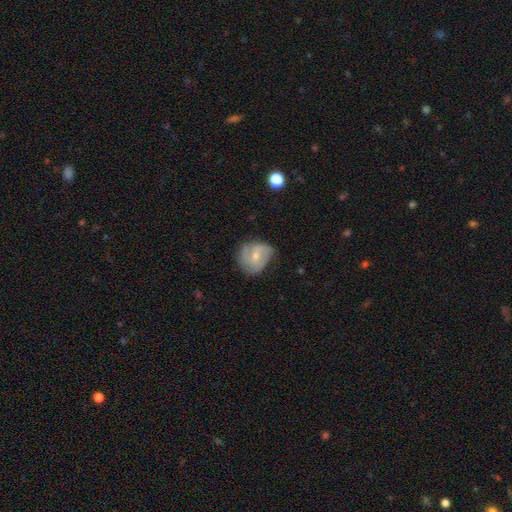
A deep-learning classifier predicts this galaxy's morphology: Q: Smooth or featured?
A: featured or disk (52%); runner-up: smooth (41%)
Q: Edge-on disk?
A: no (96%); runner-up: yes (4%)
Q: Bar?
A: weak (44%); runner-up: no (41%)
Q: Spiral arms?
A: yes (67%); runner-up: no (33%)
Q: Bulge size?
A: small (49%); runner-up: moderate (46%)
Q: Merging?
A: none (50%); runner-up: minor disturbance (35%)